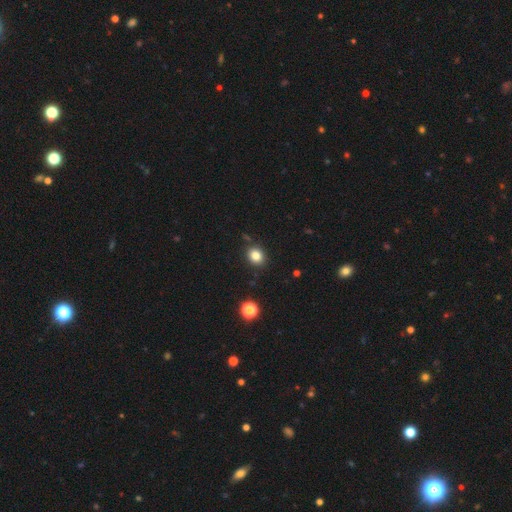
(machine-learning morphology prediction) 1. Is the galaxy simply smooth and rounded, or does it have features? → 83% smooth, 12% star or artifact, 5% featured or disk.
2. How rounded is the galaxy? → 62% round, 37% in between, 1% cigar-shaped.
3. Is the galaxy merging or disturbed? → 84% none, 10% minor disturbance, 3% merger, 3% major disturbance.